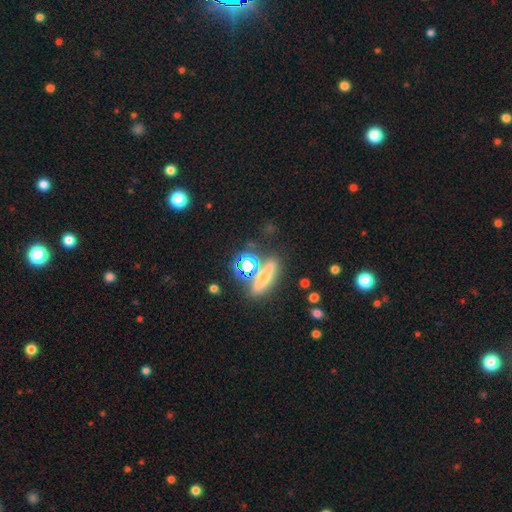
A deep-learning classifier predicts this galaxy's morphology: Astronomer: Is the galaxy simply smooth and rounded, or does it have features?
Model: star or artifact — 39% (runner-up: smooth, 33%).